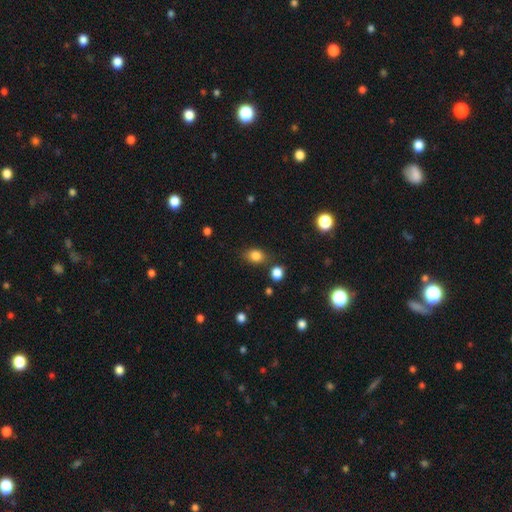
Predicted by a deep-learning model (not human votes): A smooth galaxy with no disk features (82%) that is in between round and cigar-shaped (58%).

Vote fractions:
- Smooth or featured? smooth: 82% / star or artifact: 11% / featured or disk: 6%
- How rounded? in between: 58% / round: 40% / cigar-shaped: 1%
- Merging? none: 76% / minor disturbance: 15% / merger: 6% / major disturbance: 4%